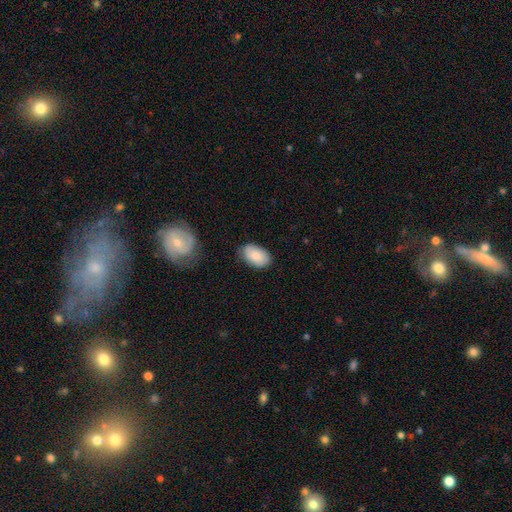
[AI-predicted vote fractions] A smooth galaxy with no disk features (84%) that is in between round and cigar-shaped (92%). Merging: none (79%).